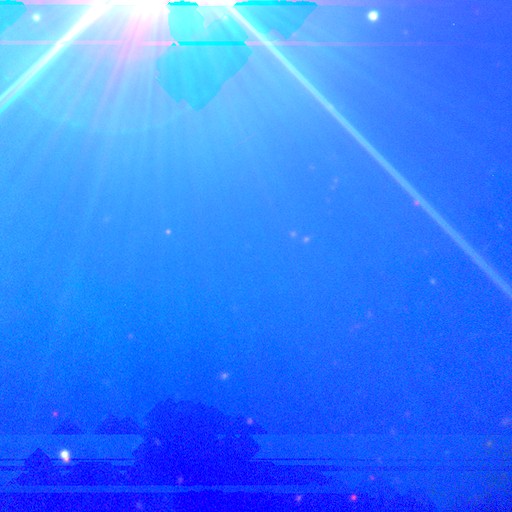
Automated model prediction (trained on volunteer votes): Q: Smooth or featured?
A: star or artifact (77%); runner-up: smooth (14%)